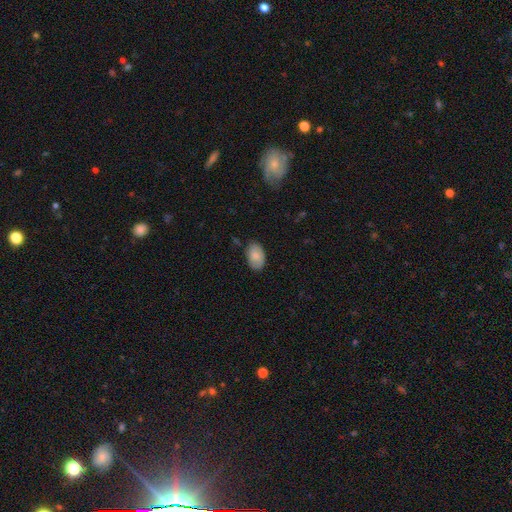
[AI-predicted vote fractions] Smooth or featured? smooth (85%)
How rounded? in between (92%)
Merging? none (78%)